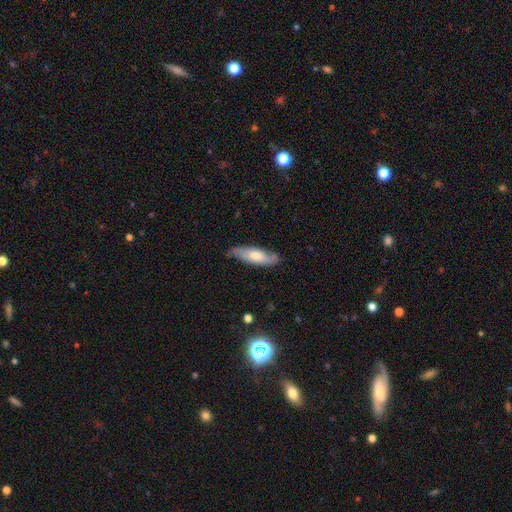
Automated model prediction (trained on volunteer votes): This appears to be a smooth galaxy with no disk features (62%) that is in between round and cigar-shaped (50%). Merging: none (74%).